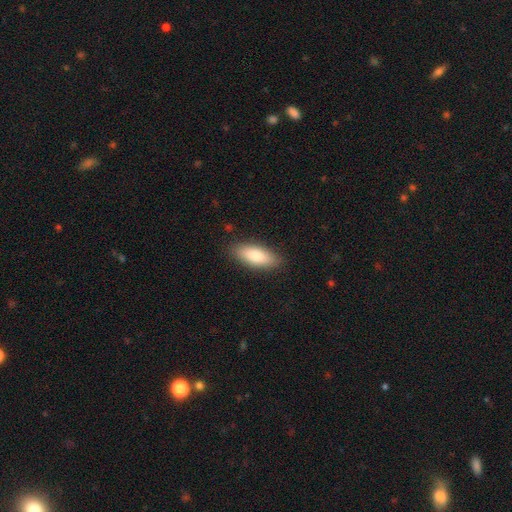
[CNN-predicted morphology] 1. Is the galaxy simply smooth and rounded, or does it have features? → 85% smooth, 10% featured or disk, 6% star or artifact.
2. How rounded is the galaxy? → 76% in between, 22% cigar-shaped, 2% round.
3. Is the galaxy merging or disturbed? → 87% none, 10% minor disturbance, 2% major disturbance, 1% merger.